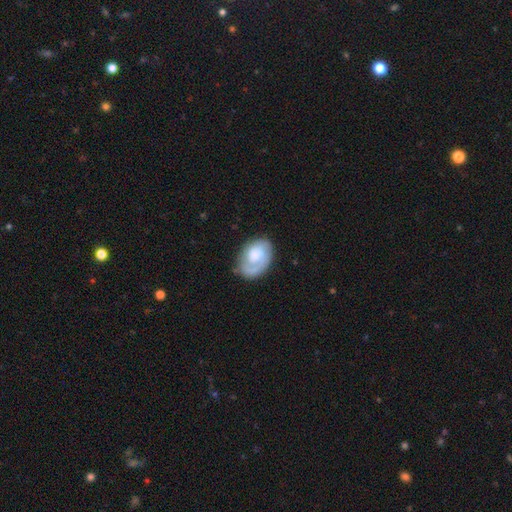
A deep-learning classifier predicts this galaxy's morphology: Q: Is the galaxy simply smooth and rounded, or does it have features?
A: featured or disk — 56%.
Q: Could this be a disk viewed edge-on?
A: no — 97%.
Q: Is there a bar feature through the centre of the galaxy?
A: no — 78%.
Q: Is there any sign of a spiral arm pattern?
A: yes — 80%.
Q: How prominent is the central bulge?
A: large — 29%, tied with moderate.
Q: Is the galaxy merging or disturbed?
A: none — 65%.